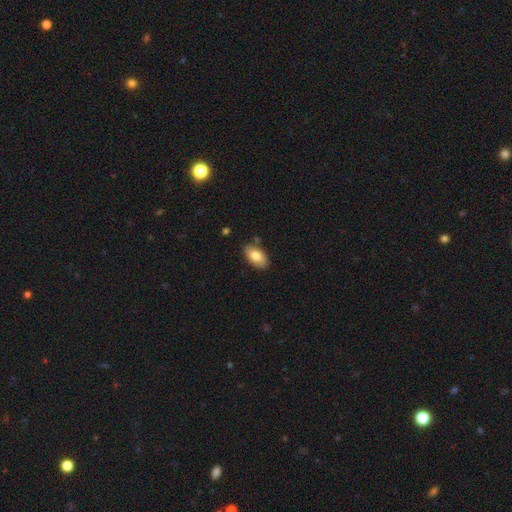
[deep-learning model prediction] A smooth galaxy with no disk features (81%) that is in between round and cigar-shaped (94%).

Vote fractions:
- Smooth or featured? smooth: 81% / featured or disk: 12% / star or artifact: 7%
- How rounded? in between: 94% / round: 4% / cigar-shaped: 2%
- Merging? none: 82% / minor disturbance: 13% / merger: 3% / major disturbance: 2%